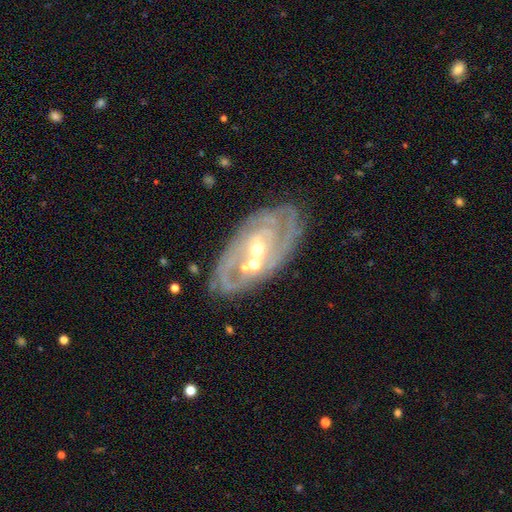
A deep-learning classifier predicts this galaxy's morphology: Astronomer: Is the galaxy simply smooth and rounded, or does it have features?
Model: featured or disk — 85%.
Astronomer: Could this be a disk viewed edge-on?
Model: no — 94%.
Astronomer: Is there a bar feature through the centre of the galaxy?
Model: no — 59%.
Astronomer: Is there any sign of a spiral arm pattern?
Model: yes — 89%.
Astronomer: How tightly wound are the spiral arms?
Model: tight — 69%.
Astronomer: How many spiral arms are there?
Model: can't tell — 33%, tied with 2 at 33%.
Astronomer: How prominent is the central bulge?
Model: small — 49% (runner-up: moderate, 46%).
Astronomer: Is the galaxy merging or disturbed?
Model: none — 70%.